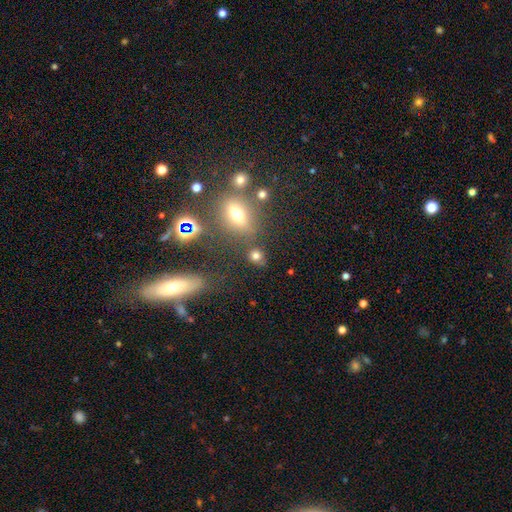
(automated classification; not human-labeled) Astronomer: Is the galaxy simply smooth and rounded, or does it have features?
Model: smooth — 72%.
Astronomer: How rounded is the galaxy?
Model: round — 68%.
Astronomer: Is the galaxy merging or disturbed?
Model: none — 72%.